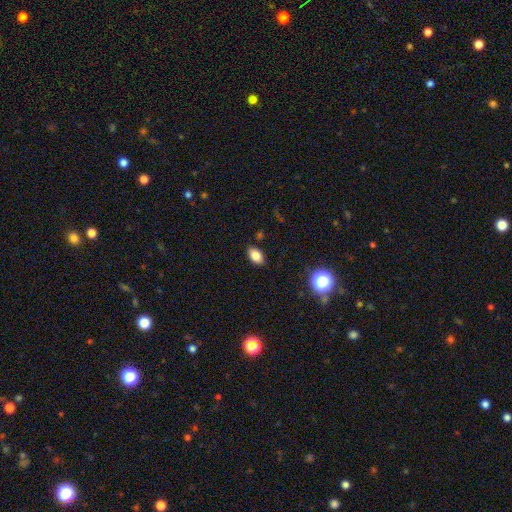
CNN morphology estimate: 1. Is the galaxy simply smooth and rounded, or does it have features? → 82% smooth, 10% star or artifact, 7% featured or disk.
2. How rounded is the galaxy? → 88% in between, 10% round, 2% cigar-shaped.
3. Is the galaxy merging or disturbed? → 87% none, 9% minor disturbance, 2% major disturbance, 1% merger.